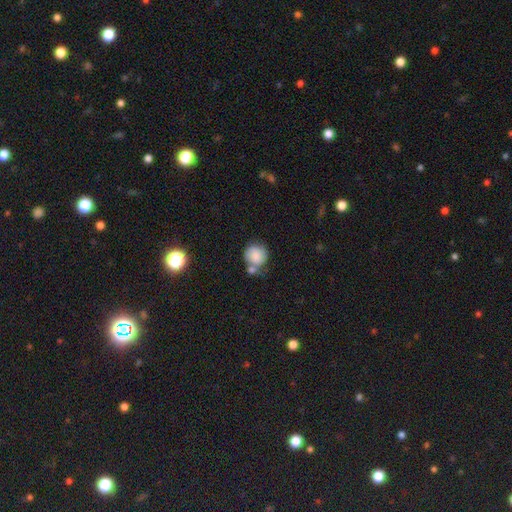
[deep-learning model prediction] Smooth or featured?
  - smooth: 77% *
  - featured or disk: 15%
  - star or artifact: 8%
How rounded?
  - round: 87% *
  - in between: 12%
  - cigar-shaped: 1%
Merging?
  - none: 42% *
  - merger: 30%
  - minor disturbance: 20%
  - major disturbance: 8%